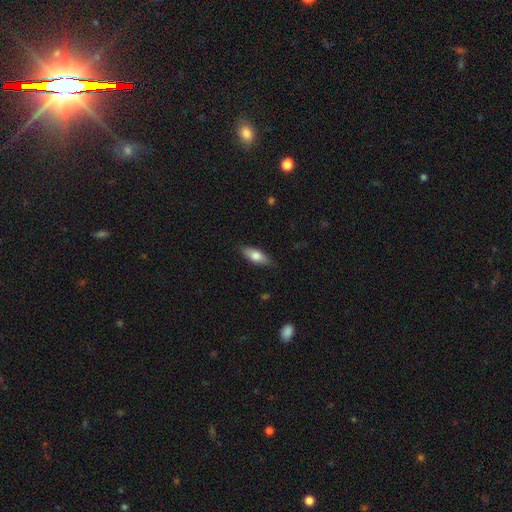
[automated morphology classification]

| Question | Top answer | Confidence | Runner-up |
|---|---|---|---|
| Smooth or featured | smooth | 70% | featured or disk (24%) |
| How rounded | in between | 70% | cigar-shaped (27%) |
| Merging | none | 84% | minor disturbance (12%) |